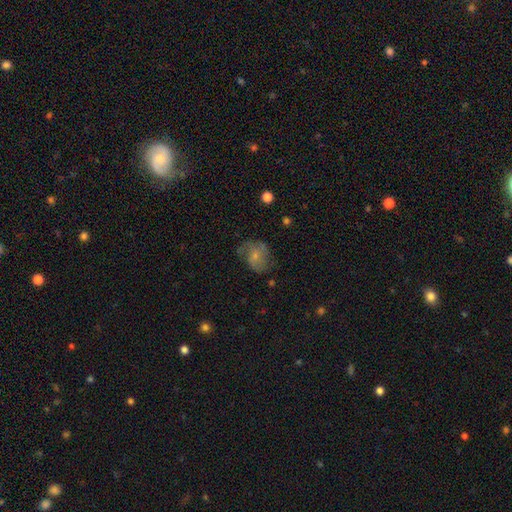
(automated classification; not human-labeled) This is possibly a featured or disk galaxy (46%). Merging: possibly none (51%).